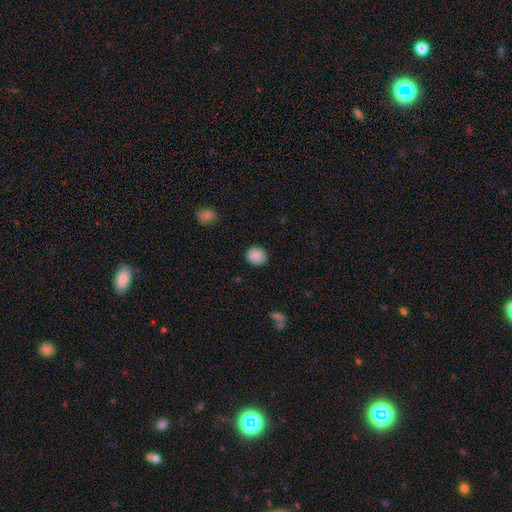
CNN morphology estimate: This appears to be a smooth galaxy with no disk features (88%) that is round (81%). Merging: none (87%).